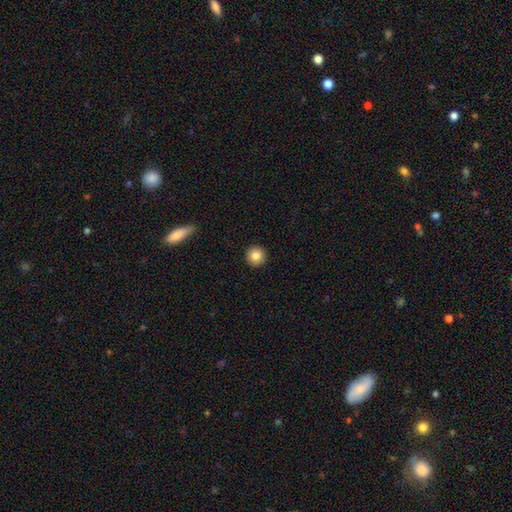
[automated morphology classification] This is clearly a smooth galaxy (84%). How rounded: clearly round (96%). Merging: clearly none (93%).